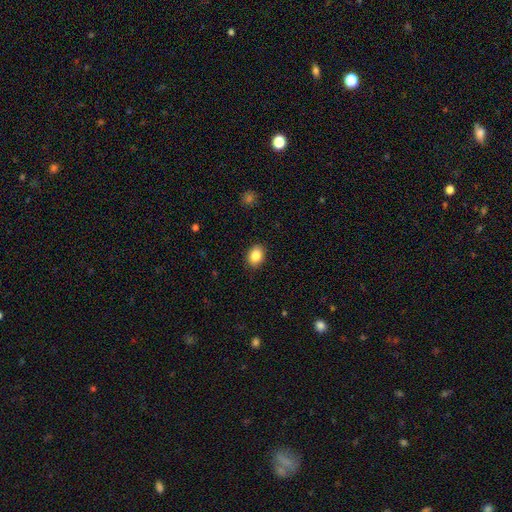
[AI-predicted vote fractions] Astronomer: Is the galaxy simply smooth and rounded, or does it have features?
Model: smooth — 86%.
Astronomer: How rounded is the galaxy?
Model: in between — 64%.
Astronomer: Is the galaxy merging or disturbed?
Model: none — 89%.